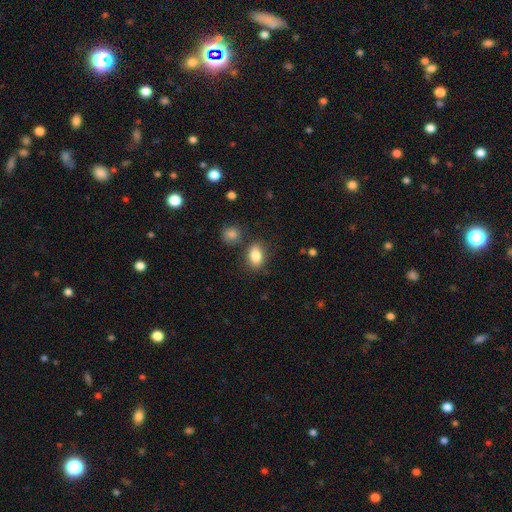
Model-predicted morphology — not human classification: This is clearly a smooth galaxy (84%). How rounded: clearly in between (81%). Merging: likely none (77%).